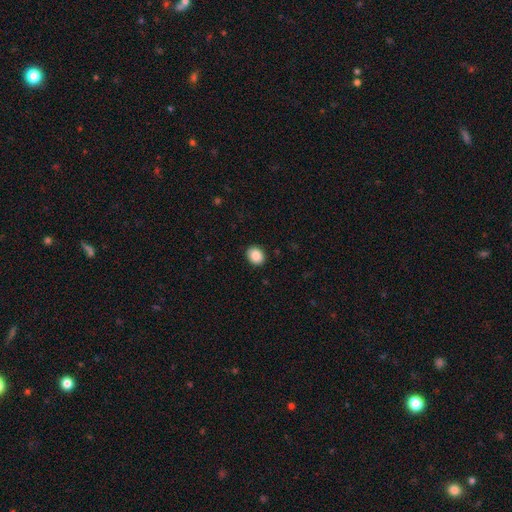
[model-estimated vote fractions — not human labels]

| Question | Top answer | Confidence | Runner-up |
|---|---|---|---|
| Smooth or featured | smooth | 87% | star or artifact (8%) |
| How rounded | round | 54% | in between (45%) |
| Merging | none | 91% | minor disturbance (6%) |